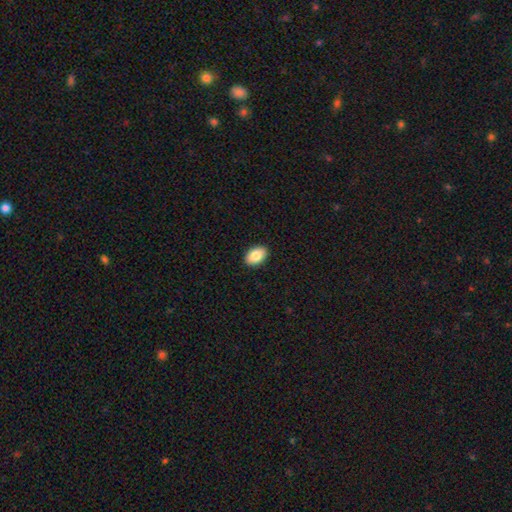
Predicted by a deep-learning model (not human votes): Overall: smooth (87%). How rounded: in between (88%). Merging: none (91%).